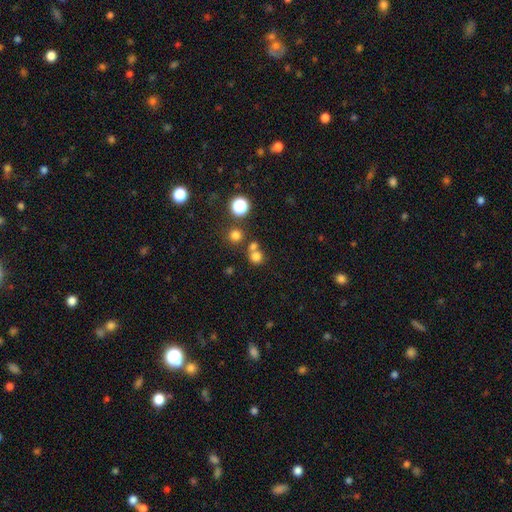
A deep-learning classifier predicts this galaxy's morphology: This is likely a smooth galaxy (73%). How rounded: clearly round (86%). Merging: possibly none (57%).